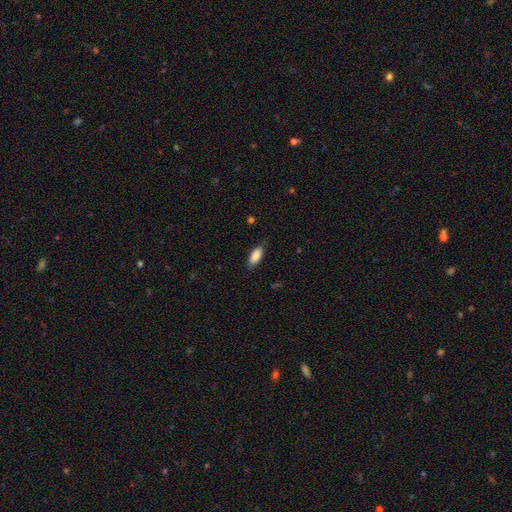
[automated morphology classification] smooth 86%, featured or disk 8%, star or artifact 6%. Down the decision tree: how rounded — in between (82%); merging — none (79%).